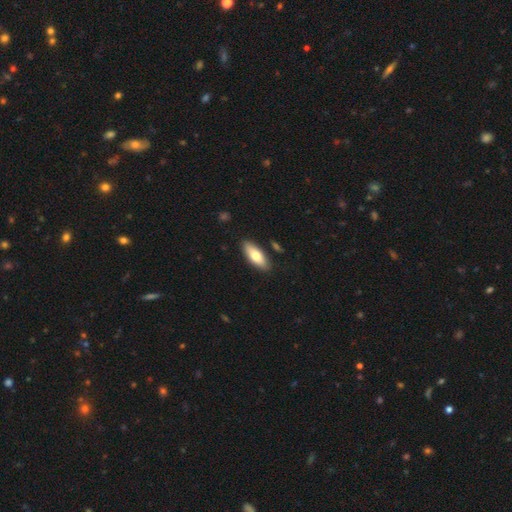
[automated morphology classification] Smooth or featured? smooth (73%)
How rounded? in between (76%)
Merging? none (87%)